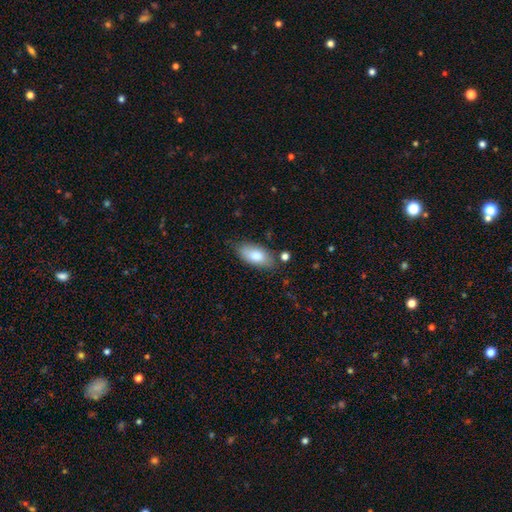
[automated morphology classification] This is likely a smooth galaxy (80%). How rounded: clearly in between (89%). Merging: likely none (73%).